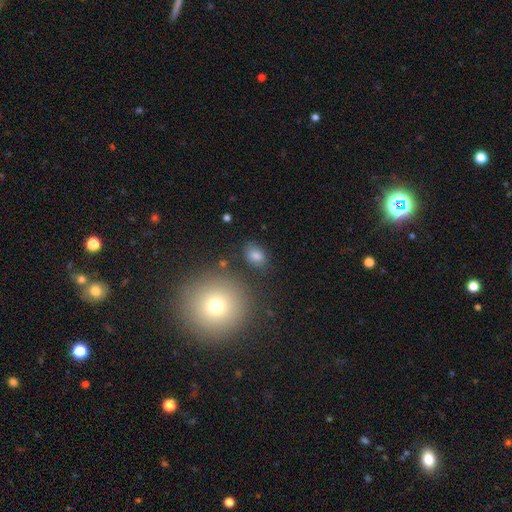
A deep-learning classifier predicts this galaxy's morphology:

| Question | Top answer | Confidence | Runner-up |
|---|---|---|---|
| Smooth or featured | smooth | 82% | star or artifact (11%) |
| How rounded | in between | 78% | round (21%) |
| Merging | none | 80% | minor disturbance (12%) |